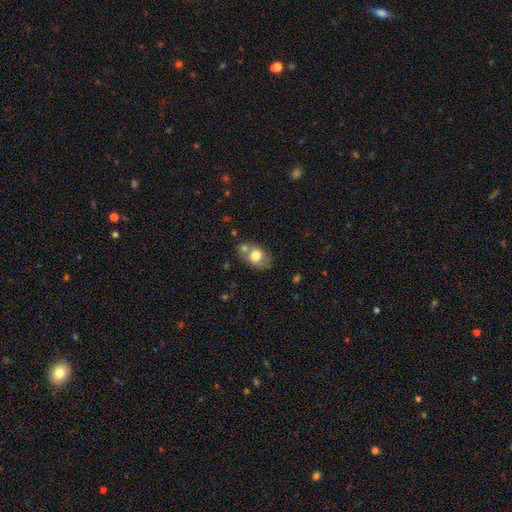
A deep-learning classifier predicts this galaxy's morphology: type=smooth (71%); roundness=in between (64%); merging=none (46%).